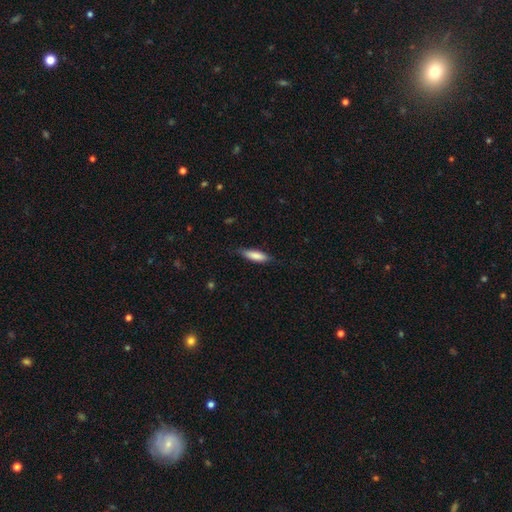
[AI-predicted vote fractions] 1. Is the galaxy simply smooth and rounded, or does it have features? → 83% smooth, 11% featured or disk, 6% star or artifact.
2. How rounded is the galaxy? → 56% cigar-shaped, 43% in between, 2% round.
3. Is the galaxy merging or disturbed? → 77% none, 19% minor disturbance, 4% major disturbance, 1% merger.